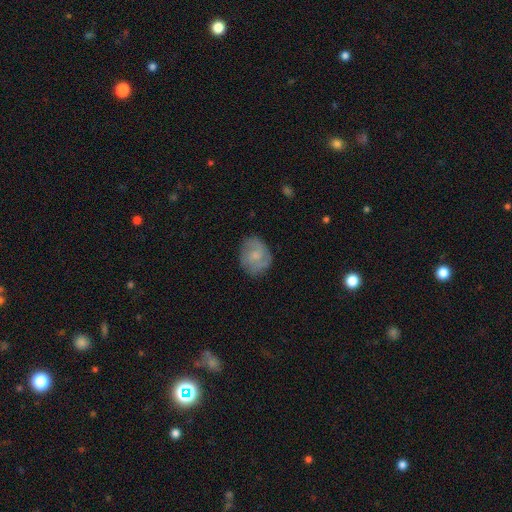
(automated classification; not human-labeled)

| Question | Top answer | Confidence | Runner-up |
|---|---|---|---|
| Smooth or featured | featured or disk | 50% | smooth (42%) |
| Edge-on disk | no | 97% | yes (3%) |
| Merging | none | 74% | minor disturbance (19%) |